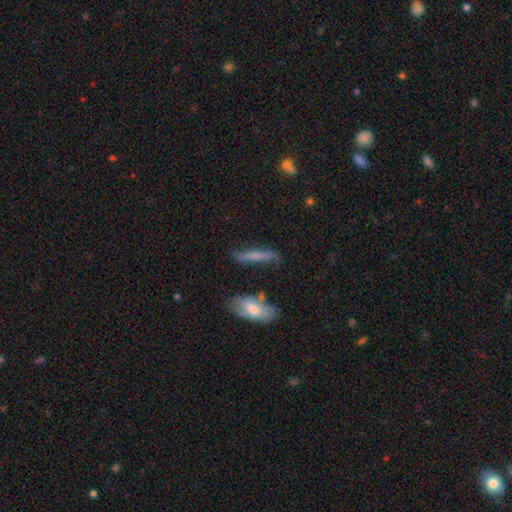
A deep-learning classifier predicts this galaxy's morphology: This is possibly a smooth galaxy (59%). How rounded: clearly cigar-shaped (85%). Merging: likely none (74%).